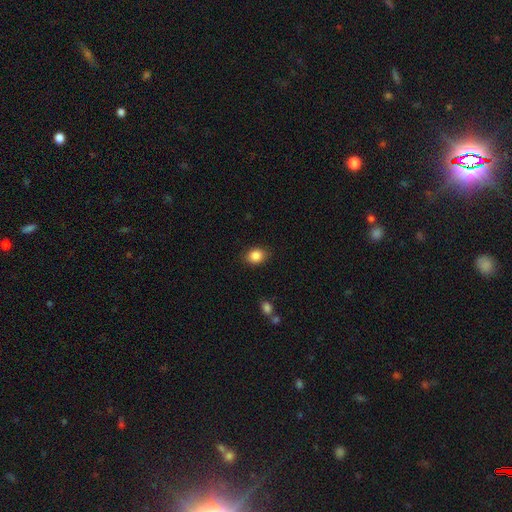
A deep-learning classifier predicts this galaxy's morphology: Smooth or featured?
  - smooth: 87% *
  - star or artifact: 9%
  - featured or disk: 4%
How rounded?
  - in between: 51% *
  - round: 48%
  - cigar-shaped: 1%
Merging?
  - none: 86% *
  - minor disturbance: 11%
  - major disturbance: 3%
  - merger: 1%